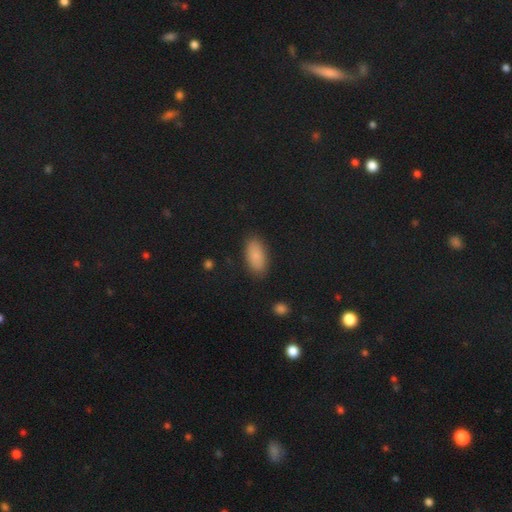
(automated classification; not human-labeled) smooth 86%, star or artifact 8%, featured or disk 7%. Down the decision tree: how rounded — in between (89%); merging — none (86%).